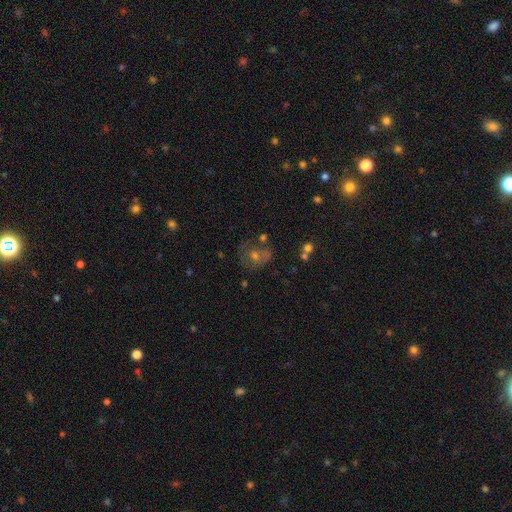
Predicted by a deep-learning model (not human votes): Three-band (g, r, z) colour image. It shows a smooth galaxy with no disk features (39%). Merging: none (57%).